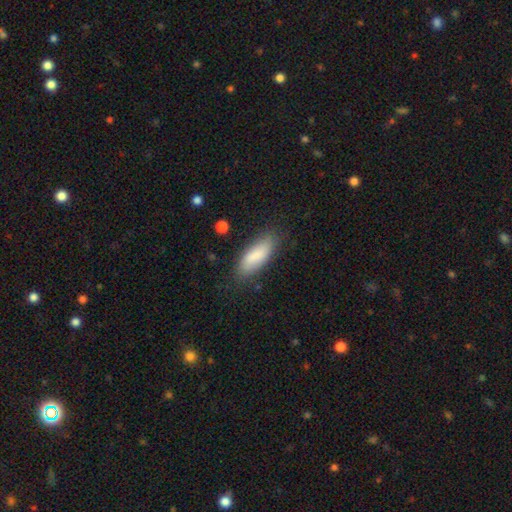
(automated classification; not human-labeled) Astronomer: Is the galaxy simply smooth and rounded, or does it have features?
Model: smooth — 83%.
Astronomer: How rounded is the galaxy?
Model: in between — 68%.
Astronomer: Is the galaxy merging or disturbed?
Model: none — 78%.